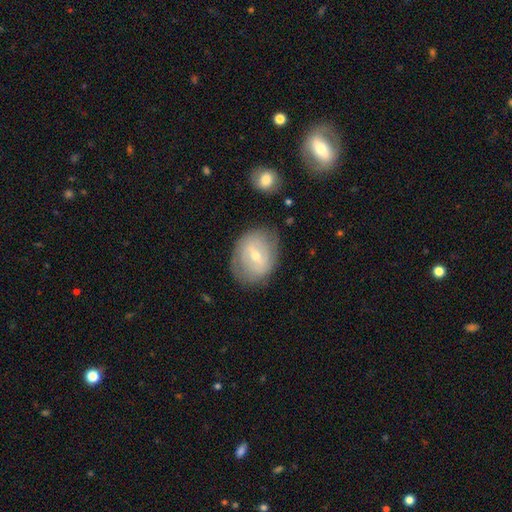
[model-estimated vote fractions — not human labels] This is possibly a featured or disk galaxy (57%). It is clearly not viewed edge-on (94%). Bar: possibly weak (54%). Spiral arm pattern: possibly yes (55%). Central bulge: possibly small (48%, tied with moderate). Merging: likely none (73%).